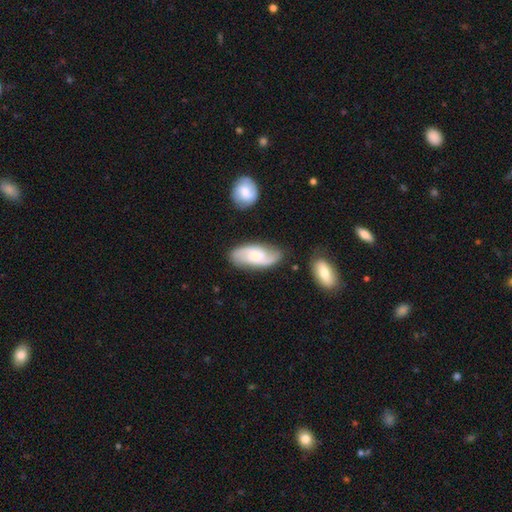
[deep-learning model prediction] Overall: featured or disk (60%; smooth 34%). Edge-on disk: no (93%). Bar: no (56%; weak 37%). Spiral arms: yes (92%). Spiral arm count: 2 (81%). Spiral winding: medium (46%; loose 32%). Bulge size: small (43%; moderate 35%). Merging: none (74%).